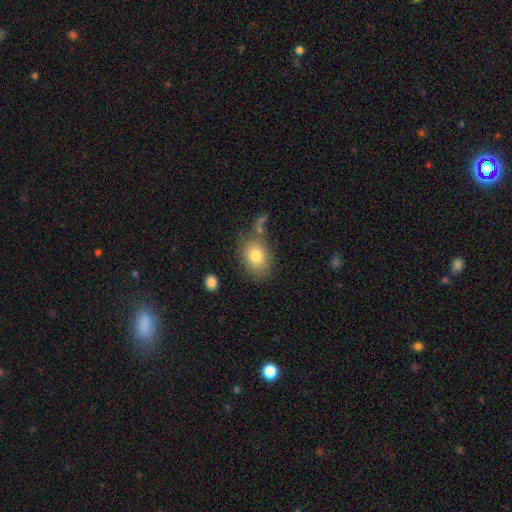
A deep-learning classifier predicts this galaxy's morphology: The model was most divided on "how rounded": in between: 69%, round: 30%, cigar-shaped: 1%. More confident: smooth or featured — smooth (80%); merging — none (69%).